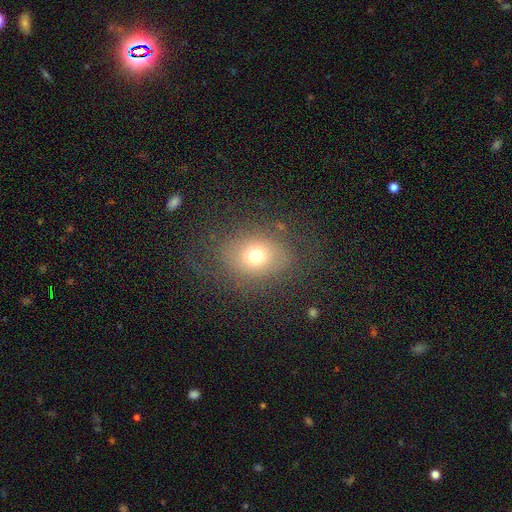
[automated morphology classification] Smooth or featured: smooth — 67% (featured or disk — 17%)
How rounded: round — 52% (in between — 47%)
Merging: none — 68% (major disturbance — 15%)